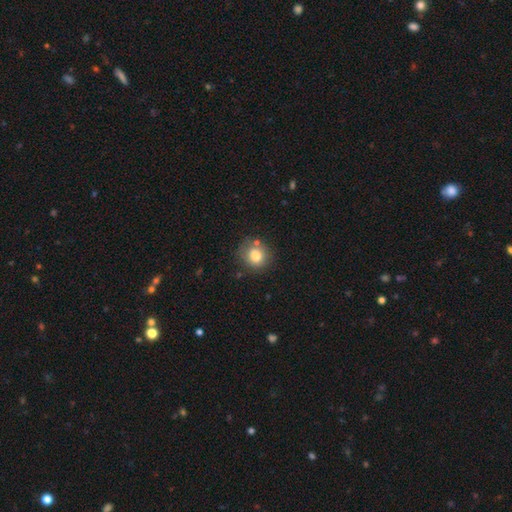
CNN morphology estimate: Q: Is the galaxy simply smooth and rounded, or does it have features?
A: smooth — 80%.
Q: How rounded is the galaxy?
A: round — 85%.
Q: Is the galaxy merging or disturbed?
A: none — 74%.